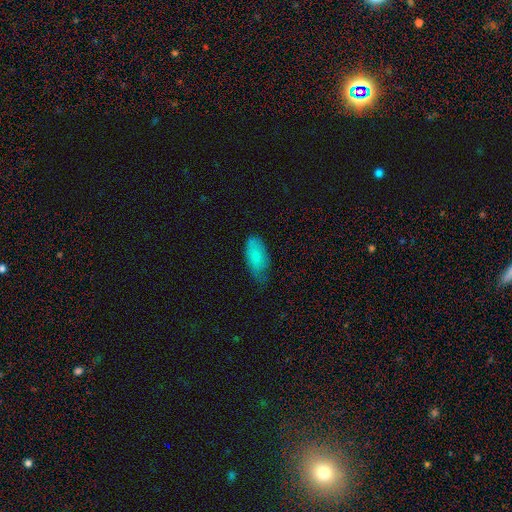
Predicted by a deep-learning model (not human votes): Smooth or featured?
  - smooth: 80% *
  - featured or disk: 14%
  - star or artifact: 6%
How rounded?
  - in between: 91% *
  - cigar-shaped: 7%
  - round: 2%
Merging?
  - none: 55% *
  - minor disturbance: 36%
  - major disturbance: 8%
  - merger: 1%